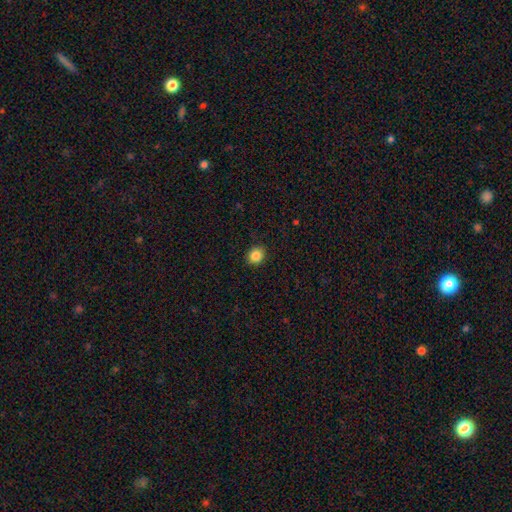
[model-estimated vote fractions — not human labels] Q: Smooth or featured?
A: smooth (86%); runner-up: star or artifact (10%)
Q: How rounded?
A: round (78%); runner-up: in between (21%)
Q: Merging?
A: none (90%); runner-up: minor disturbance (7%)